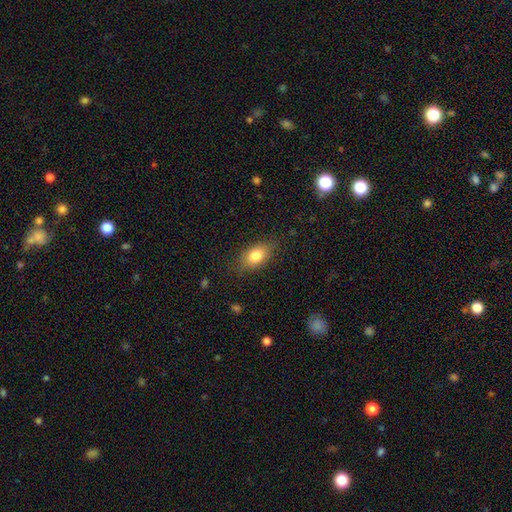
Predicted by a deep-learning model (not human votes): Q: Smooth or featured?
A: smooth (80%); runner-up: featured or disk (12%)
Q: How rounded?
A: in between (85%); runner-up: round (11%)
Q: Merging?
A: none (82%); runner-up: minor disturbance (13%)